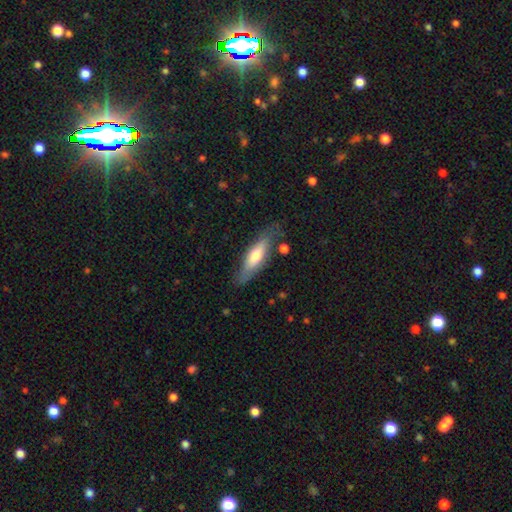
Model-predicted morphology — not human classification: Smooth or featured?
  - smooth: 57% *
  - featured or disk: 38%
  - star or artifact: 6%
How rounded?
  - cigar-shaped: 60% *
  - in between: 38%
  - round: 2%
Merging?
  - none: 73% *
  - minor disturbance: 18%
  - major disturbance: 5%
  - merger: 3%